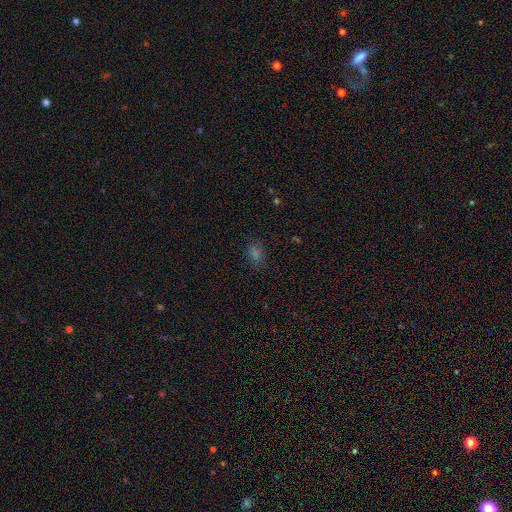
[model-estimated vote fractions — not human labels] smooth_or_featured: smooth (p=0.63) [alt: star or artifact p=0.30]
how_rounded: in between (p=0.69) [alt: round p=0.29]
merging: none (p=0.81) [alt: minor disturbance p=0.13]